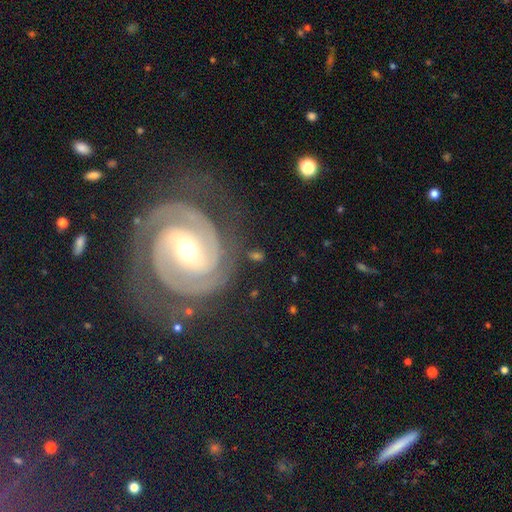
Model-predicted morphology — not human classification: This is likely a featured or disk galaxy (79%). It is clearly not viewed edge-on (97%). Bar: marginally weak (35%, tied with no). Spiral arm pattern: clearly yes (95%). Spiral arm count: likely 2 (78%). Spiral winding: possibly tight (59%). Central bulge: possibly moderate (58%). Merging: likely none (72%).